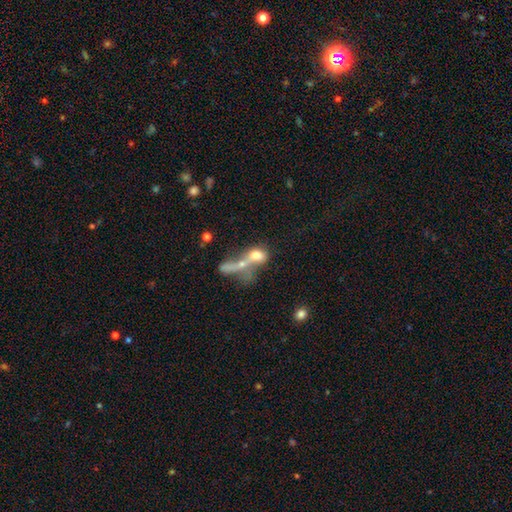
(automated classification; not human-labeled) smooth 61%, featured or disk 27%, star or artifact 12%. Down the decision tree: how rounded — in between (60%); merging — merger (65%).